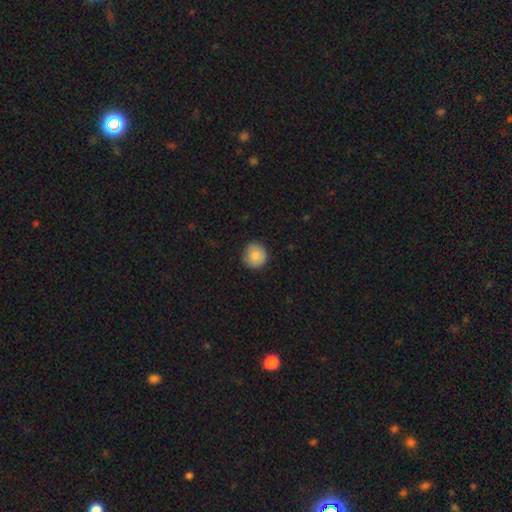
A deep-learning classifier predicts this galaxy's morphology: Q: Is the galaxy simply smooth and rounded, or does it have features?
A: smooth — 84%.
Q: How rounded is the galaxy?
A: round — 92%.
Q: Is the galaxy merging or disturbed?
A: none — 86%.